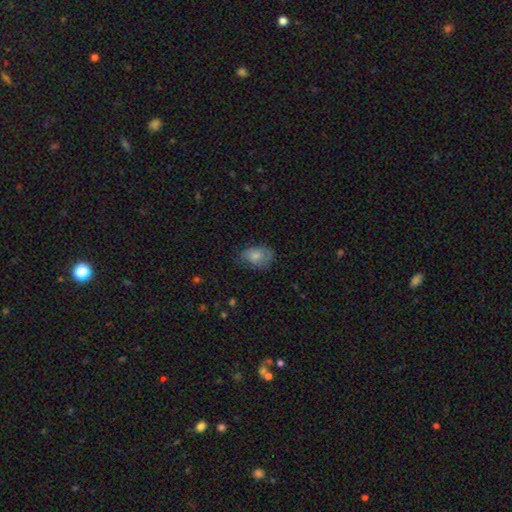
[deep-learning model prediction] smooth 65%, featured or disk 27%, star or artifact 8%. Down the decision tree: how rounded — in between (81%); merging — none (51%).